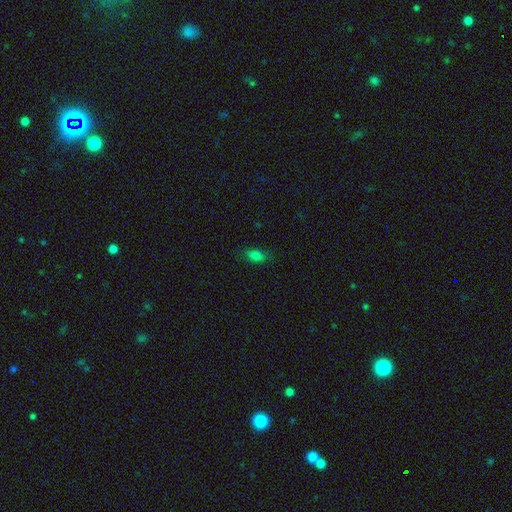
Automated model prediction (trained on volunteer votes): A smooth galaxy with no disk features (80%) that is in between round and cigar-shaped (85%). Merging: none (81%).